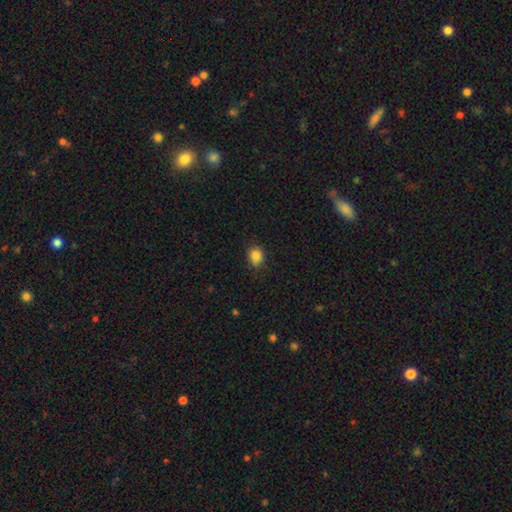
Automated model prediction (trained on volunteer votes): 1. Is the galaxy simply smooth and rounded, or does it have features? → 85% smooth, 10% star or artifact, 5% featured or disk.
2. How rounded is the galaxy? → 56% round, 43% in between, 1% cigar-shaped.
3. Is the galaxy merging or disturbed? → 79% none, 17% minor disturbance, 3% major disturbance, 1% merger.